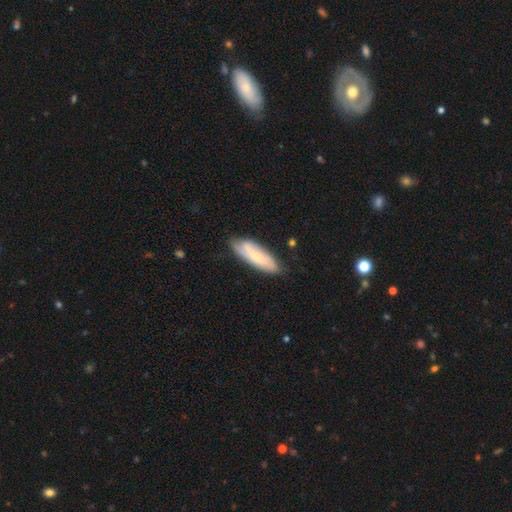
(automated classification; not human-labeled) This appears to be a smooth galaxy with no disk features (60%) that is in between round and cigar-shaped (54%). Merging: none (73%).